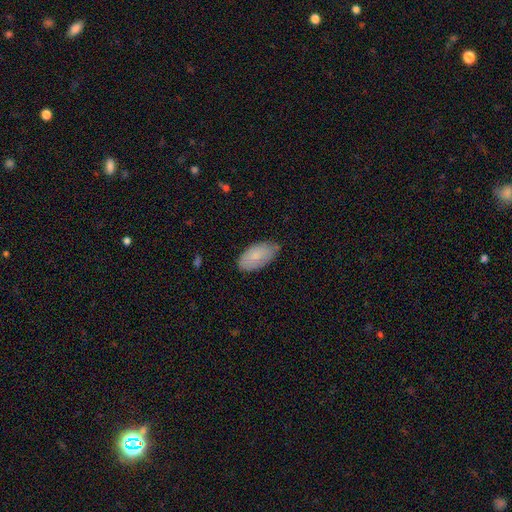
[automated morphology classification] The model was most divided on "merging": none: 71%, minor disturbance: 24%, major disturbance: 3%, merger: 1%. More confident: how rounded — in between (95%); smooth or featured — smooth (79%).